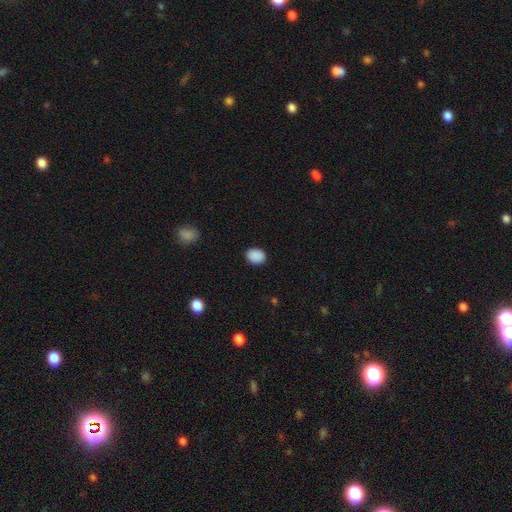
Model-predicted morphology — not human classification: type=smooth (89%); roundness=in between (55%); merging=none (88%).